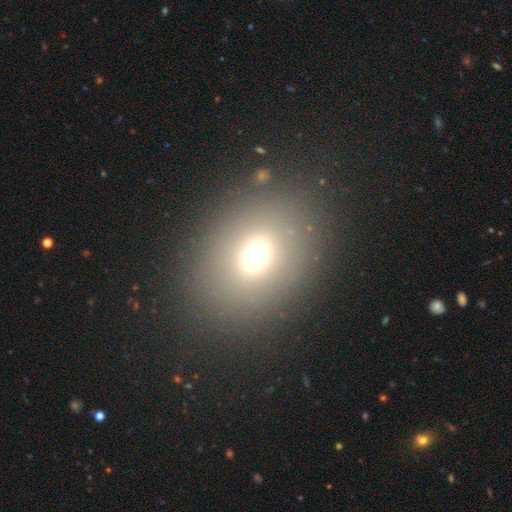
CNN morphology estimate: Smooth or featured: smooth — 68% (star or artifact — 18%)
How rounded: round — 50% (in between — 48%)
Merging: none — 85% (minor disturbance — 8%)